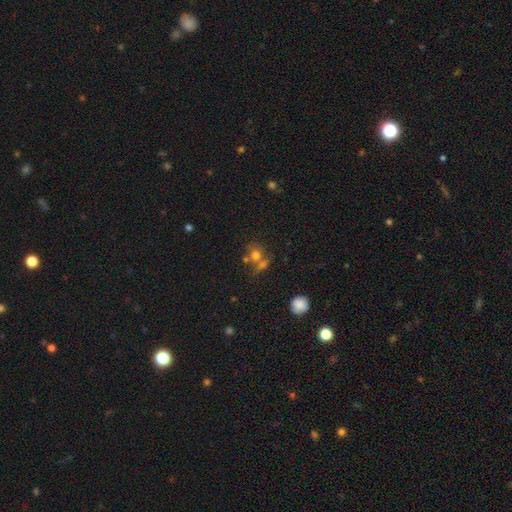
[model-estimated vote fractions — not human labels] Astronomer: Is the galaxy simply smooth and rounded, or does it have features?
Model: smooth — 67%.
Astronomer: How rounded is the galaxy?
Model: round — 75%.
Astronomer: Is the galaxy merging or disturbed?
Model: none — 43% (runner-up: merger, 40%).